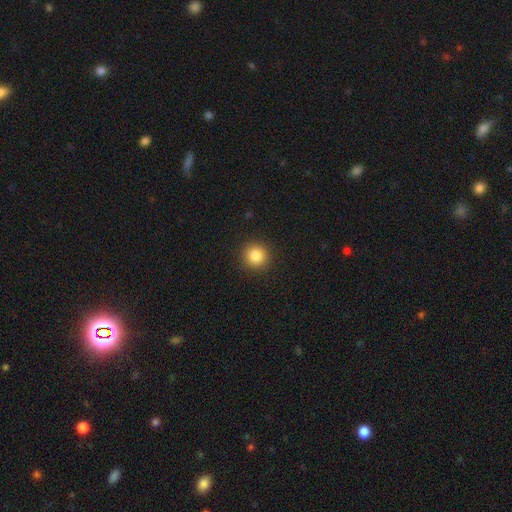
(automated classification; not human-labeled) Smooth or featured? smooth (85%)
How rounded? round (93%)
Merging? none (91%)